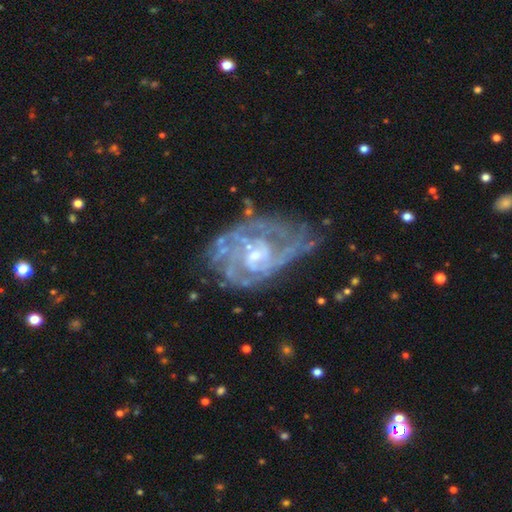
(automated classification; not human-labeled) smooth_or_featured: featured or disk (p=0.86) [alt: smooth p=0.07]
disk_edge_on: no (p=0.97) [alt: yes p=0.03]
bar: no (p=0.56) [alt: weak p=0.37]
has_spiral_arms: yes (p=0.90) [alt: no p=0.10]
spiral_winding: tight (p=0.55) [alt: medium p=0.35]
spiral_arm_count: can't tell (p=0.40) [alt: 2 p=0.23]
bulge_size: small (p=0.61) [alt: moderate p=0.30]
merging: none (p=0.52) [alt: minor disturbance p=0.25]